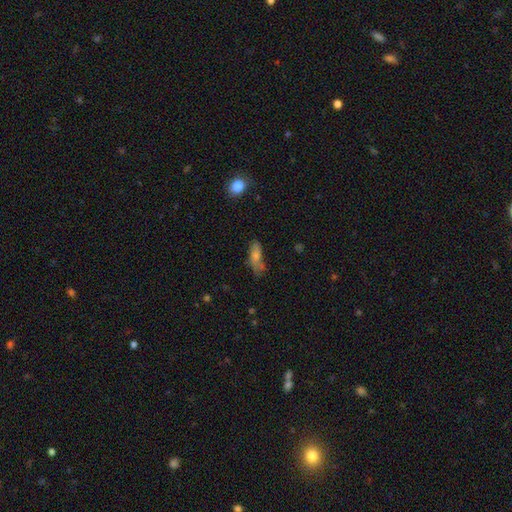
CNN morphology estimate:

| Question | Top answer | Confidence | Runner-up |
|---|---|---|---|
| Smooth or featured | smooth | 61% | featured or disk (25%) |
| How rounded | in between | 57% | cigar-shaped (38%) |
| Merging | none | 52% | minor disturbance (28%) |